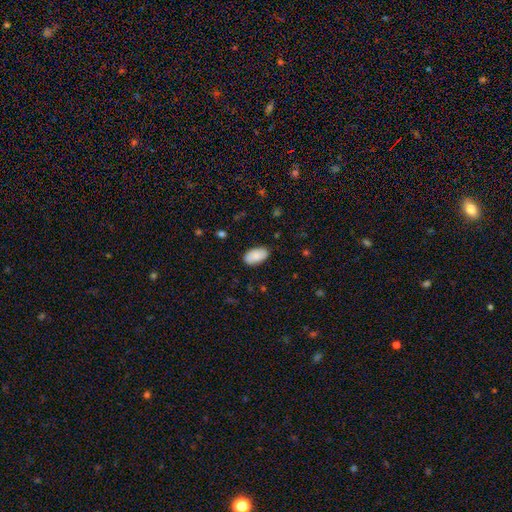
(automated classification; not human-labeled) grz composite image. It shows a smooth galaxy with no disk features (85%) that is in between round and cigar-shaped (95%). Merging: none (84%).